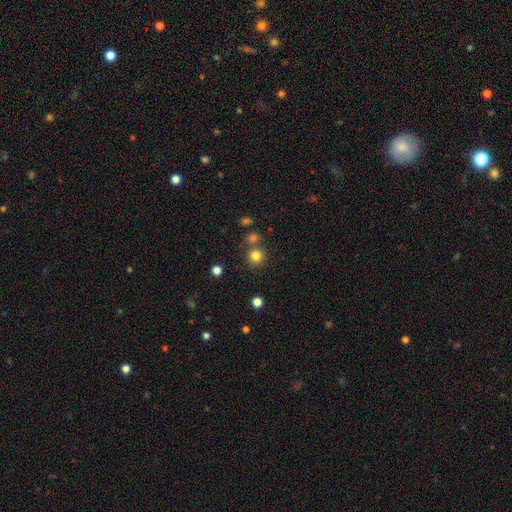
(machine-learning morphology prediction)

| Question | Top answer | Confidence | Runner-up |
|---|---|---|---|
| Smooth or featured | smooth | 81% | star or artifact (13%) |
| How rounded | round | 93% | in between (6%) |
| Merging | none | 73% | merger (16%) |